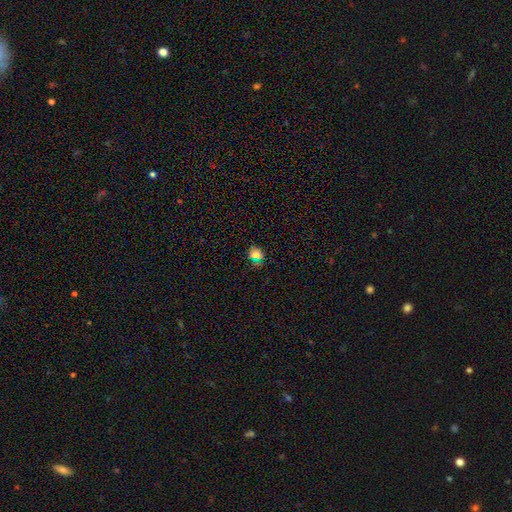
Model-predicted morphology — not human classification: This appears to be a smooth galaxy with no disk features (69%) that is round (70%). Merging: none (79%).